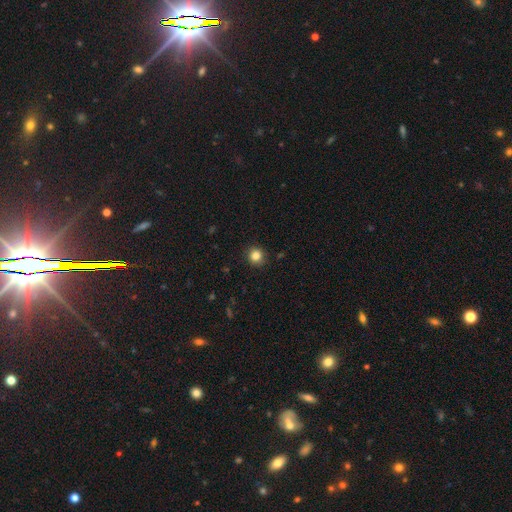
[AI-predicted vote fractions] This appears to be a smooth galaxy with no disk features (84%) that is round (90%). Merging: none (89%).